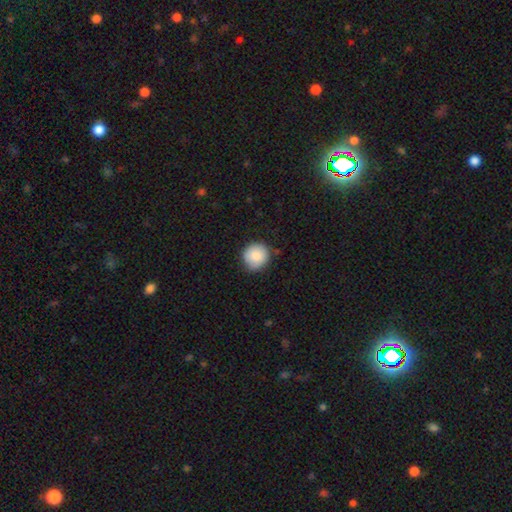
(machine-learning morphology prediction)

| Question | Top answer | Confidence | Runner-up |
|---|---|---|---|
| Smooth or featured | smooth | 87% | star or artifact (7%) |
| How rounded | round | 92% | in between (7%) |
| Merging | none | 82% | minor disturbance (14%) |